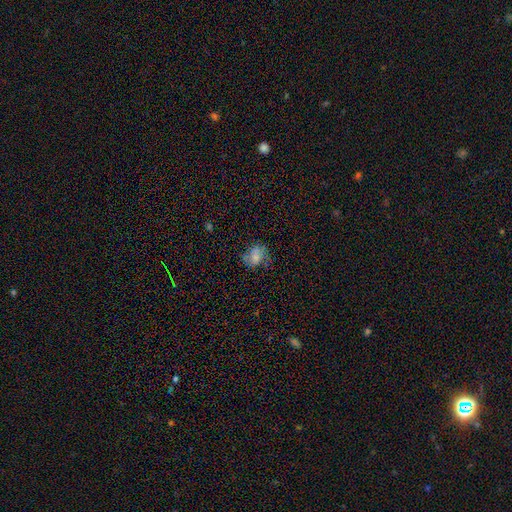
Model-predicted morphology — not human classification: Smooth or featured? smooth (60%)
How rounded? in between (51%)
Merging? none (56%)